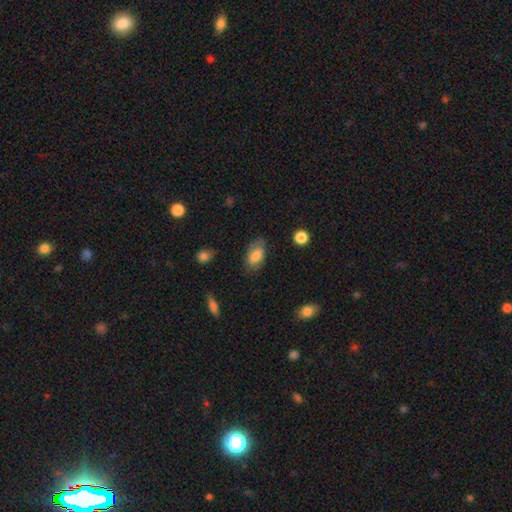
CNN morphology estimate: smooth_or_featured: smooth (p=0.76) [alt: featured or disk p=0.17]
how_rounded: in between (p=0.93) [alt: round p=0.05]
merging: none (p=0.68) [alt: minor disturbance p=0.23]